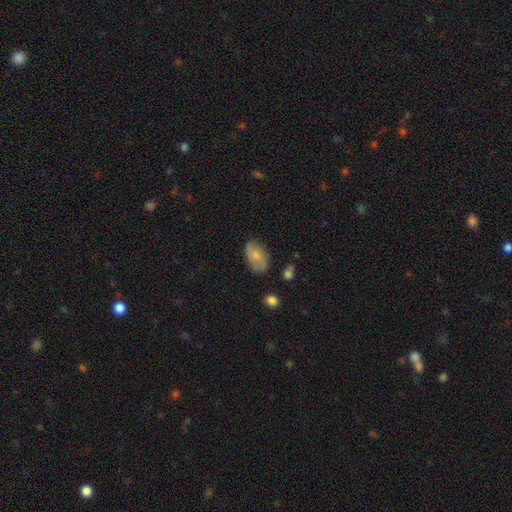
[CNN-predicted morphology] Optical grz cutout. It shows a smooth galaxy with no disk features (66%) that is in between round and cigar-shaped (91%). Merging: none (71%).